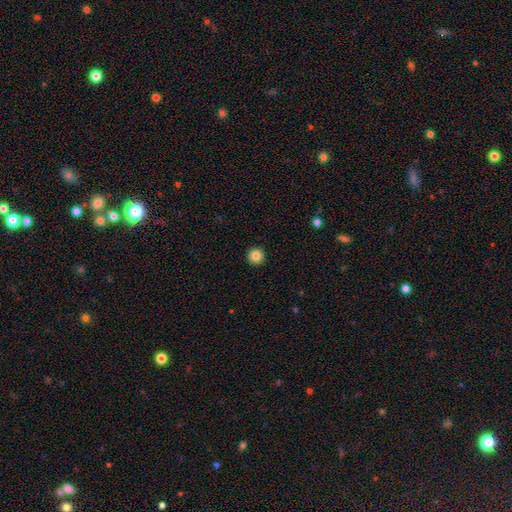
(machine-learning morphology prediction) This appears to be a smooth galaxy with no disk features (85%) that is round (96%). Merging: none (94%).